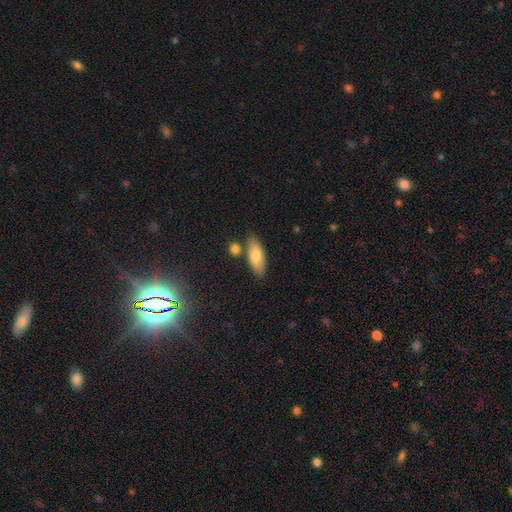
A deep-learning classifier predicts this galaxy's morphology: Smooth or featured?
  - smooth: 80% *
  - featured or disk: 13%
  - star or artifact: 6%
How rounded?
  - in between: 74% *
  - cigar-shaped: 23%
  - round: 3%
Merging?
  - none: 75% *
  - minor disturbance: 12%
  - merger: 10%
  - major disturbance: 3%